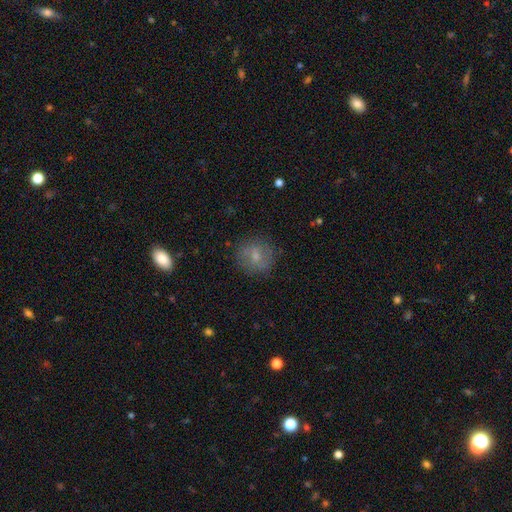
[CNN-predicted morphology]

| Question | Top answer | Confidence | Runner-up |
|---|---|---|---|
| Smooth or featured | smooth | 66% | featured or disk (24%) |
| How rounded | round | 85% | in between (13%) |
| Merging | none | 81% | minor disturbance (13%) |